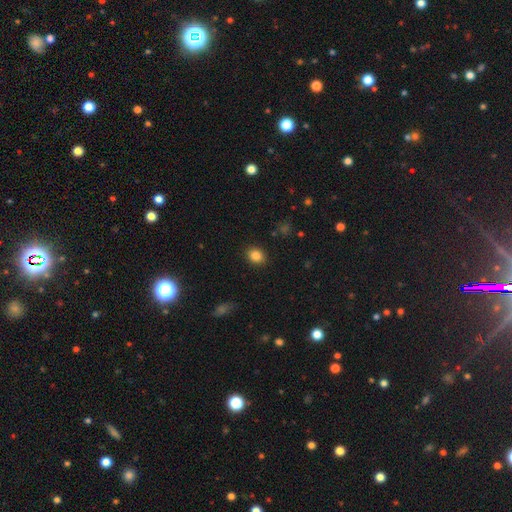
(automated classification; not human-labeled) smooth-or-featured: smooth: 85% | star or artifact: 10% | featured or disk: 5%
  how-rounded: round: 59% | in between: 40% | cigar-shaped: 1%
  merging: none: 89% | minor disturbance: 7% | major disturbance: 2% | merger: 1%